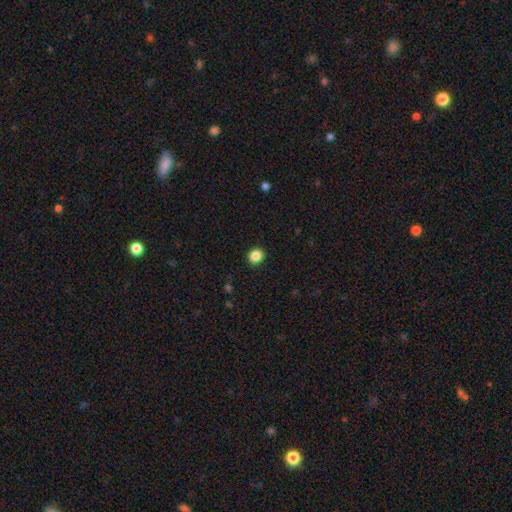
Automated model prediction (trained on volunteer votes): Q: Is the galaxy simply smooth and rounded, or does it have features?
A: smooth — 86%.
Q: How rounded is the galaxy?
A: round — 78%.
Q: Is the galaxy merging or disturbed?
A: none — 91%.